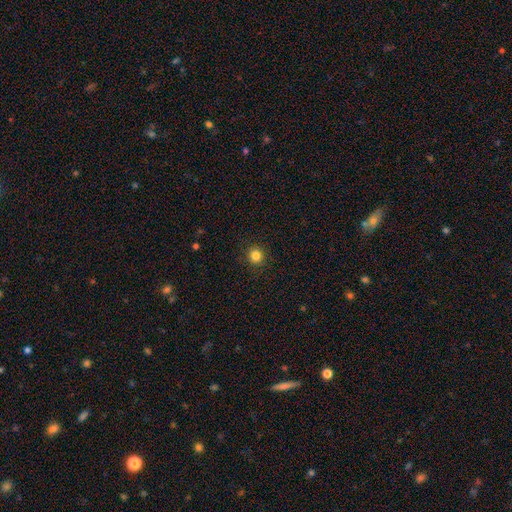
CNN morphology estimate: Overall: smooth (83%). How rounded: round (94%). Merging: none (93%).